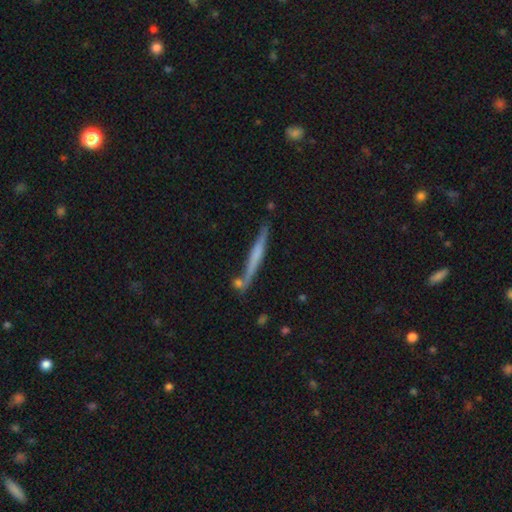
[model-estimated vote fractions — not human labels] Q: Smooth or featured?
A: featured or disk (53%); runner-up: smooth (41%)
Q: Edge-on disk?
A: yes (95%); runner-up: no (5%)
Q: Edge-on bulge?
A: none (59%); runner-up: rounded (25%)
Q: Merging?
A: none (75%); runner-up: minor disturbance (13%)